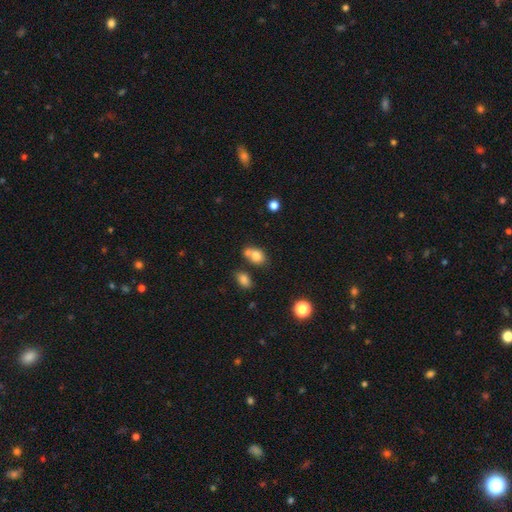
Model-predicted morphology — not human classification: A smooth galaxy with no disk features (78%) that is in between round and cigar-shaped (62%). Merging: merger (43%).